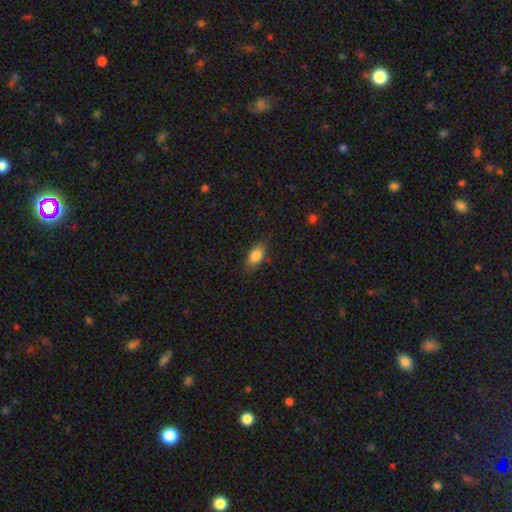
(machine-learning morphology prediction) A smooth galaxy with no disk features (82%) that is in between round and cigar-shaped (86%). Merging: none (79%).